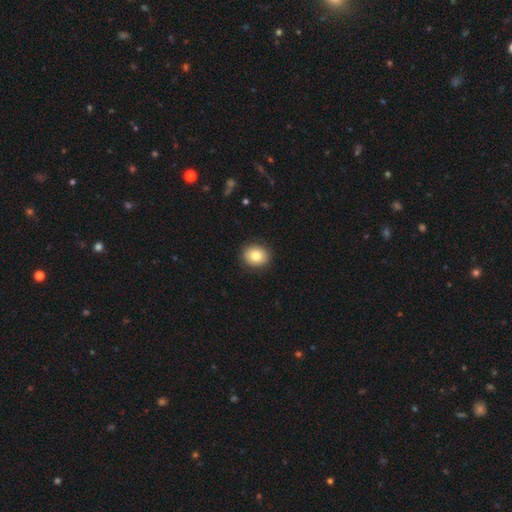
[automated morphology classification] Smooth or featured: smooth — 82% (featured or disk — 9%)
How rounded: round — 66% (in between — 34%)
Merging: none — 89% (minor disturbance — 8%)